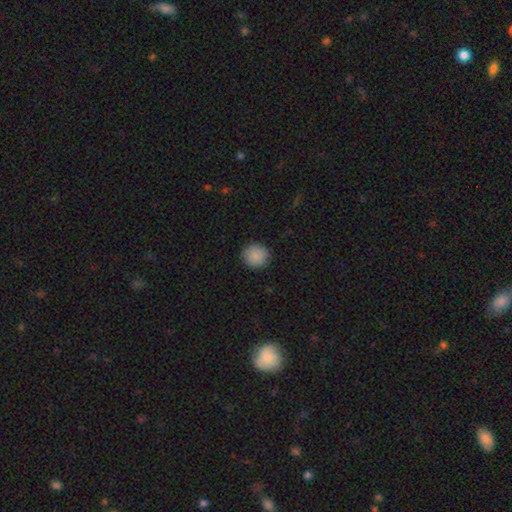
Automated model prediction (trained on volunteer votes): A smooth galaxy with no disk features (88%) that is round (92%). Merging: none (90%).